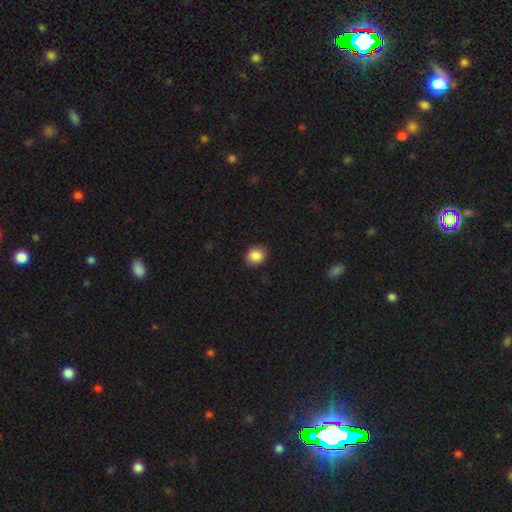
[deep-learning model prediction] A smooth galaxy with no disk features (87%) that is round (65%). Merging: none (87%).